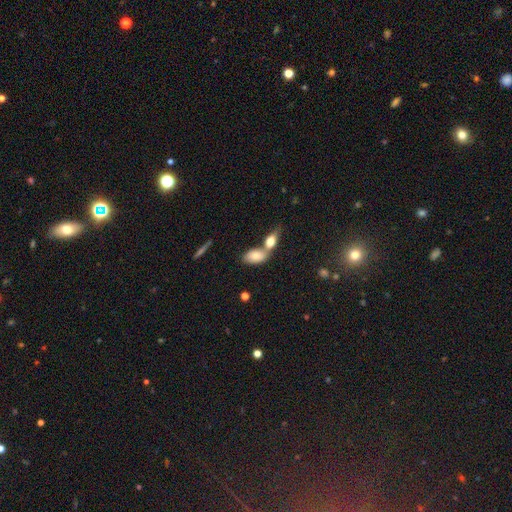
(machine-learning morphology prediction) This is likely a smooth galaxy (79%). How rounded: clearly in between (90%). Merging: possibly merger (50%).